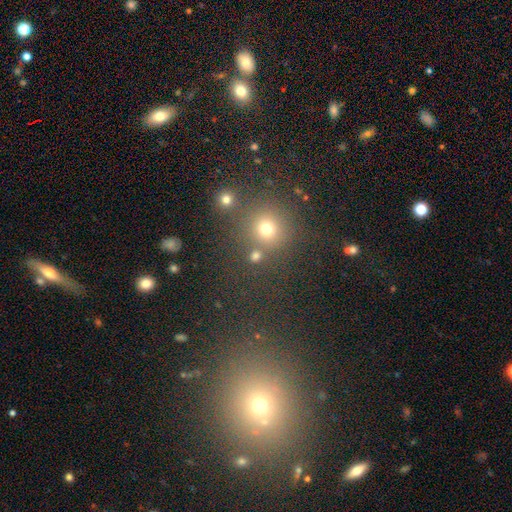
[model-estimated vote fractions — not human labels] smooth 72%, star or artifact 21%, featured or disk 6%. Down the decision tree: how rounded — round (89%); merging — none (75%).